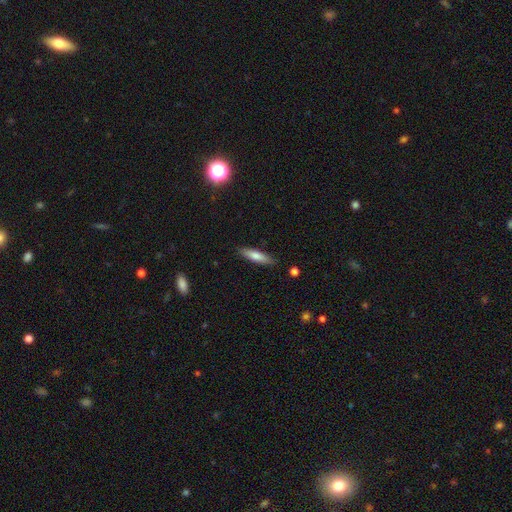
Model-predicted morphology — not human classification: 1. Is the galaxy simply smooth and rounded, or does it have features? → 73% smooth, 21% featured or disk, 6% star or artifact.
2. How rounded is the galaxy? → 70% cigar-shaped, 28% in between, 2% round.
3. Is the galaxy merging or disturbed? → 87% none, 9% minor disturbance, 2% major disturbance, 2% merger.